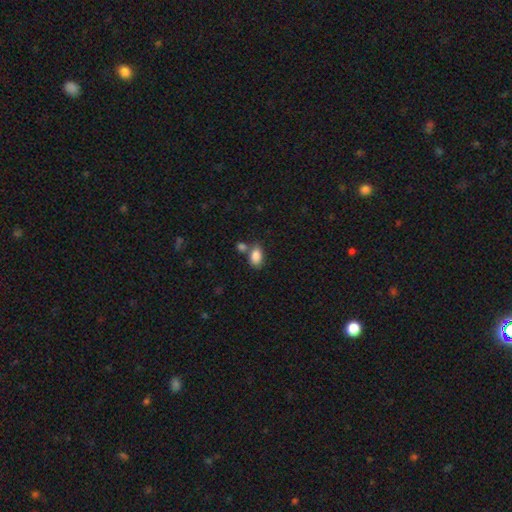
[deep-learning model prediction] This is clearly a smooth galaxy (87%). How rounded: clearly in between (89%). Merging: possibly none (58%).